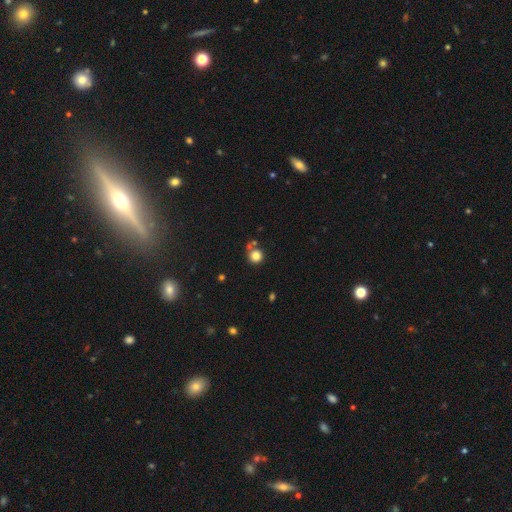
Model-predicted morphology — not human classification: Smooth or featured? Predicted: smooth (p=0.81). How rounded? Predicted: round (p=0.91). Merging? Predicted: none (p=0.65).